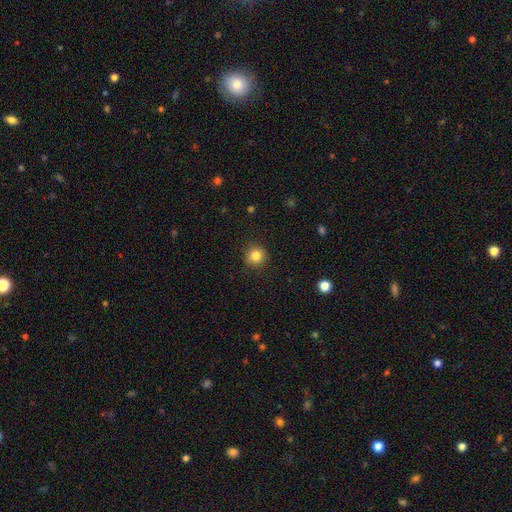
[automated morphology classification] A smooth galaxy with no disk features (84%) that is round (93%). Merging: none (90%).